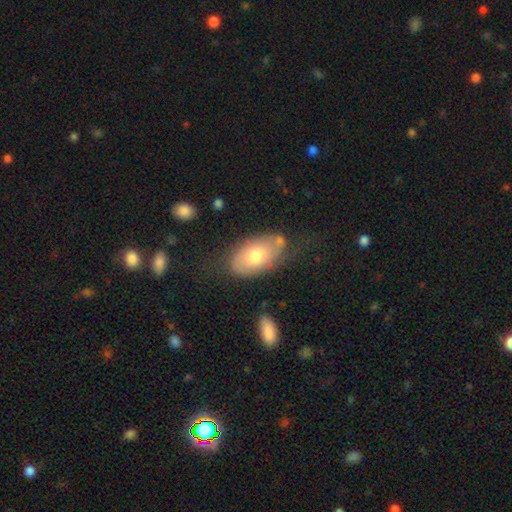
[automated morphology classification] smooth_or_featured: smooth (p=0.63) [alt: featured or disk p=0.30]
how_rounded: in between (p=0.93) [alt: round p=0.05]
merging: none (p=0.62) [alt: minor disturbance p=0.22]